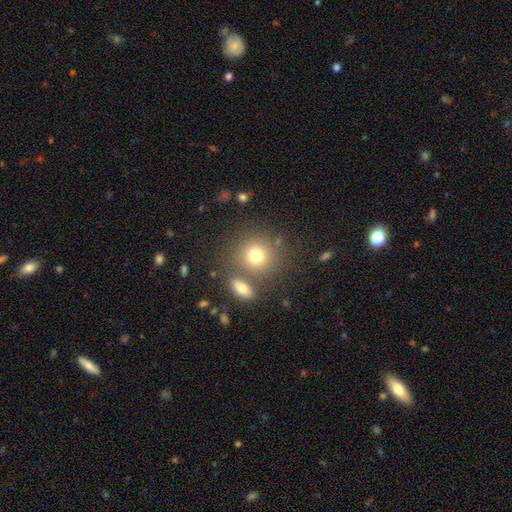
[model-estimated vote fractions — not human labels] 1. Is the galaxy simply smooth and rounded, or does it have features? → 76% smooth, 13% star or artifact, 11% featured or disk.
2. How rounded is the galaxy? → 87% round, 12% in between, 1% cigar-shaped.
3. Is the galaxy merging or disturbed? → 70% none, 17% merger, 9% minor disturbance, 4% major disturbance.